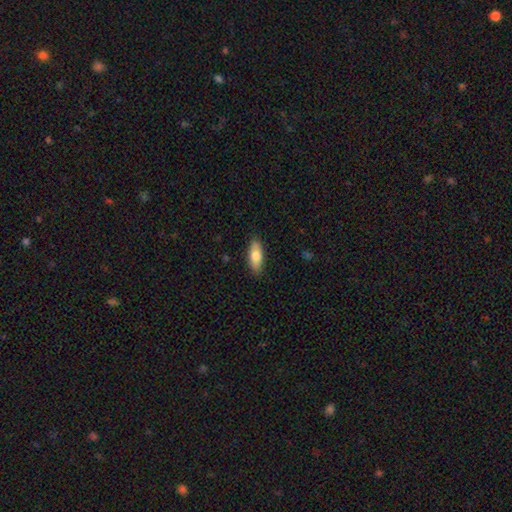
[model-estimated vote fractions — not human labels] Smooth or featured? Predicted: smooth (p=0.76). How rounded? Predicted: in between (p=0.75). Merging? Predicted: none (p=0.87).